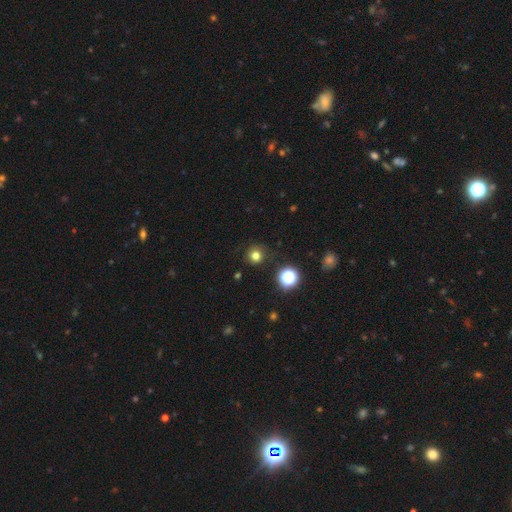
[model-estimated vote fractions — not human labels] smooth 76%, star or artifact 18%, featured or disk 6%. Down the decision tree: how rounded — round (93%); merging — none (88%).